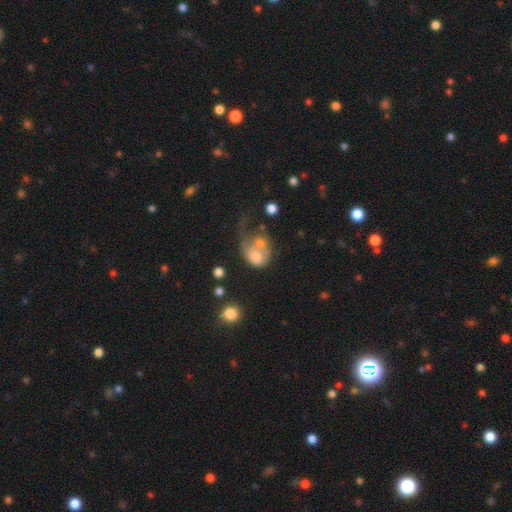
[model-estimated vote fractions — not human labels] Smooth or featured? smooth (58%)
How rounded? in between (55%)
Merging? merger (47%)